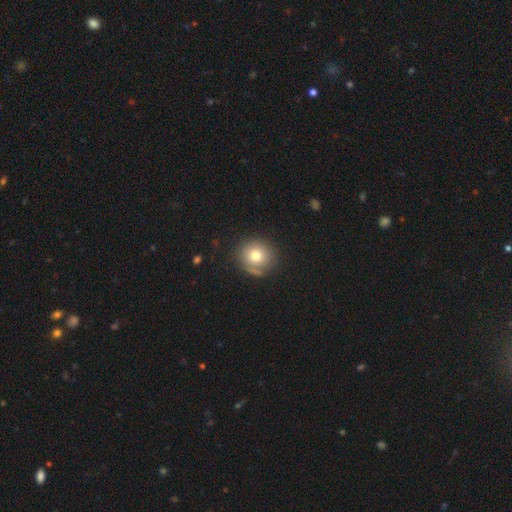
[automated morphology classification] type=smooth (76%); roundness=round (84%); merging=none (77%).